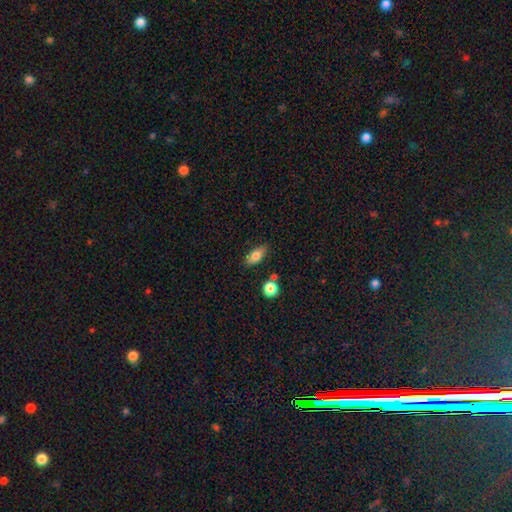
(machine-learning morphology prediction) This is likely a smooth galaxy (76%). How rounded: clearly in between (84%). Merging: likely none (79%).